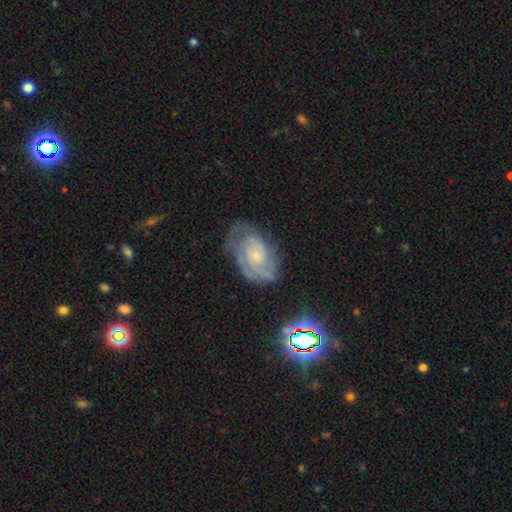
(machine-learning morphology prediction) Smooth or featured?
  - featured or disk: 78% *
  - smooth: 14%
  - star or artifact: 8%
Edge-on disk?
  - no: 97% *
  - yes: 3%
Bar?
  - no: 72% *
  - weak: 25%
  - strong: 4%
Spiral arms?
  - yes: 93% *
  - no: 7%
Spiral winding?
  - tight: 55% *
  - medium: 36%
  - loose: 9%
Spiral arm count?
  - 2: 39% *
  - can't tell: 31%
  - 3: 16%
  - 1: 5%
  - 4: 4%
  - more than 4: 4%
Bulge size?
  - small: 59% *
  - moderate: 24%
  - none: 13%
  - large: 3%
  - dominant: 1%
Merging?
  - none: 62% *
  - minor disturbance: 24%
  - major disturbance: 12%
  - merger: 2%